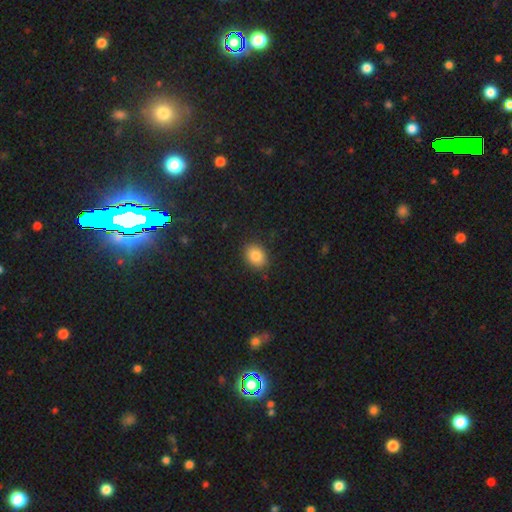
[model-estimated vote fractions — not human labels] Morphology: type=smooth (84%); roundness=in between (52%); merging=none (86%).